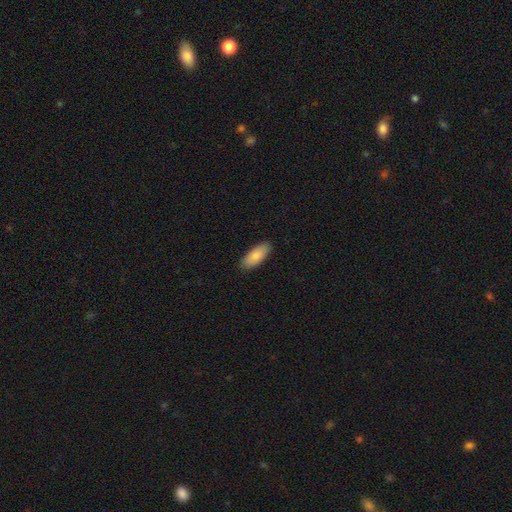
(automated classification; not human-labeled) Smooth or featured?
  - smooth: 84% *
  - featured or disk: 11%
  - star or artifact: 6%
How rounded?
  - in between: 79% *
  - cigar-shaped: 20%
  - round: 2%
Merging?
  - none: 88% *
  - minor disturbance: 9%
  - major disturbance: 2%
  - merger: 1%